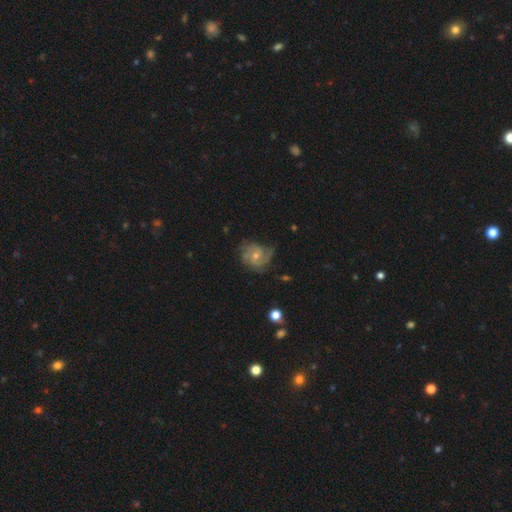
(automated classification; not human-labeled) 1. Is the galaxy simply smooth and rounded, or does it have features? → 76% featured or disk, 18% smooth, 7% star or artifact.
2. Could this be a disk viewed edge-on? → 98% no, 2% yes.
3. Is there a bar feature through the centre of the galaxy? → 69% no, 27% weak, 4% strong.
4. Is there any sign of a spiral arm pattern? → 92% yes, 8% no.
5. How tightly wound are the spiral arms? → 47% tight, 38% medium, 14% loose.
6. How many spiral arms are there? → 30% 2, 27% can't tell, 27% 3, 6% 4, 6% 1, 4% more than 4.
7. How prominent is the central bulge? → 48% moderate (tied), 48% small (tied), 2% large, 2% none, 1% dominant.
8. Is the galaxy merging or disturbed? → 57% none, 27% minor disturbance, 14% major disturbance, 2% merger.